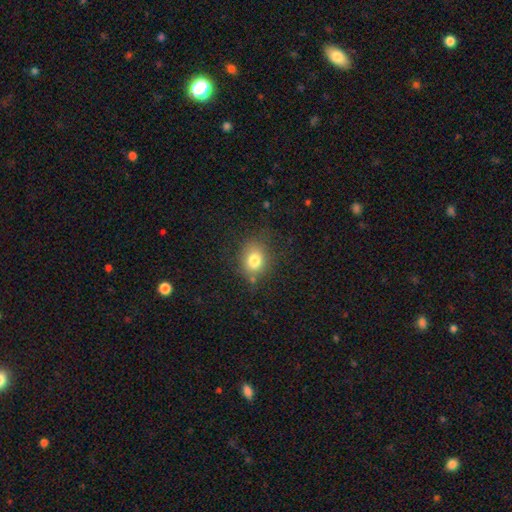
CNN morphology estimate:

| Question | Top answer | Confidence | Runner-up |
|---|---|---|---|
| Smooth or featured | smooth | 72% | star or artifact (20%) |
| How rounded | round | 64% | in between (35%) |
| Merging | none | 87% | minor disturbance (9%) |